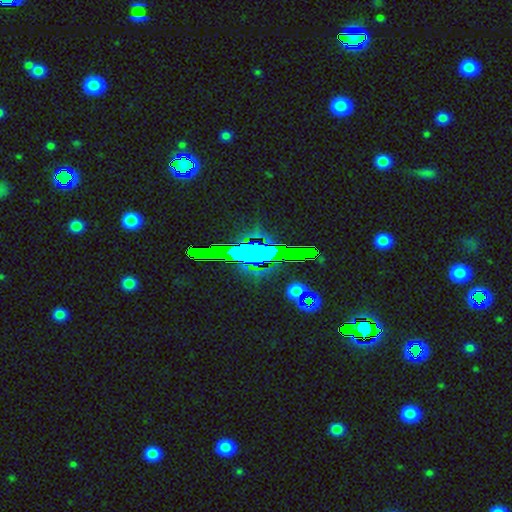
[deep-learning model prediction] Morphology: type=star or artifact (73%).